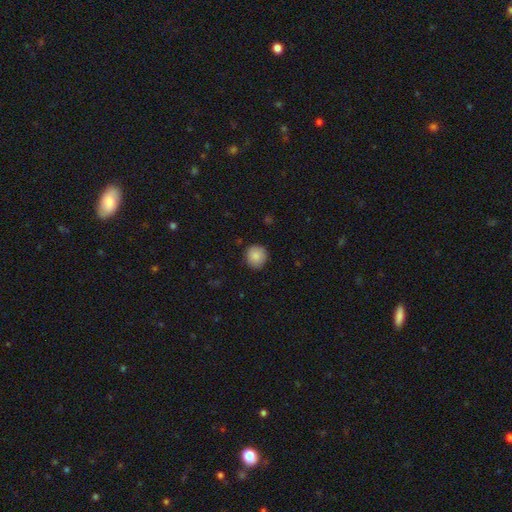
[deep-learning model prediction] Smooth or featured? smooth (87%)
How rounded? round (91%)
Merging? none (88%)